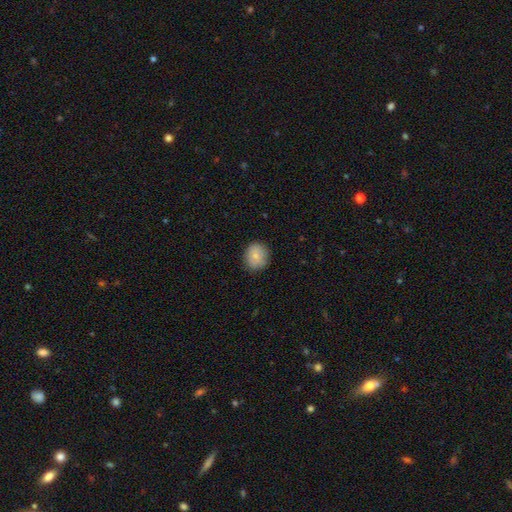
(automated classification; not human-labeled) This is clearly a smooth galaxy (81%). How rounded: likely round (76%). Merging: clearly none (86%).